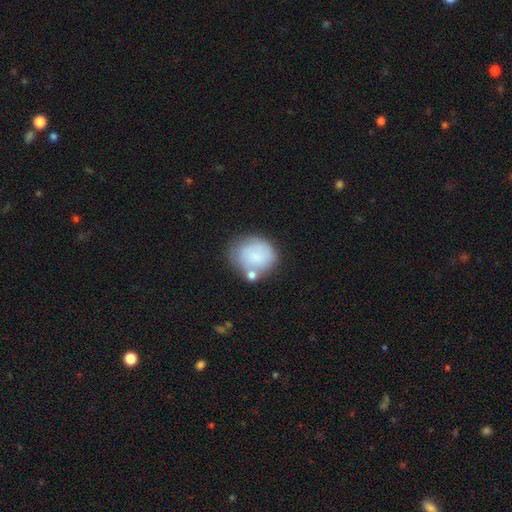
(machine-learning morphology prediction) smooth 73%, featured or disk 19%, star or artifact 8%. Down the decision tree: how rounded — round (65%); merging — none (46%).